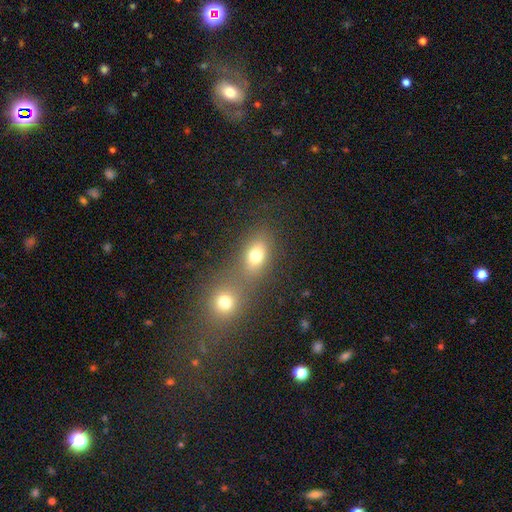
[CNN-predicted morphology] smooth-or-featured: smooth: 75% | star or artifact: 14% | featured or disk: 11%
  how-rounded: in between: 63% | round: 33% | cigar-shaped: 4%
  merging: merger: 49% | none: 40% | minor disturbance: 7% | major disturbance: 4%